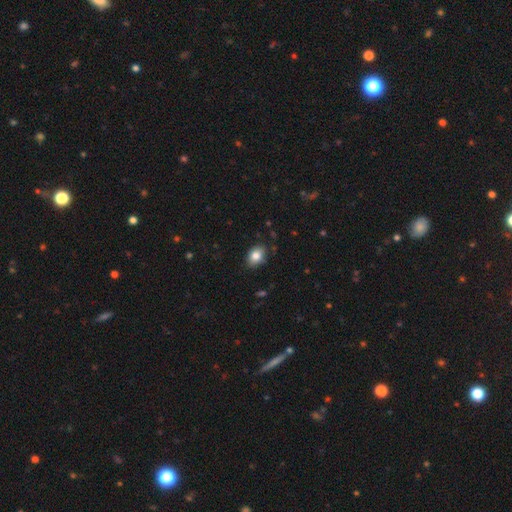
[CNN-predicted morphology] Smooth or featured?
  - smooth: 83% *
  - featured or disk: 9%
  - star or artifact: 8%
How rounded?
  - in between: 76% *
  - round: 23%
  - cigar-shaped: 1%
Merging?
  - none: 85% *
  - minor disturbance: 12%
  - major disturbance: 2%
  - merger: 1%